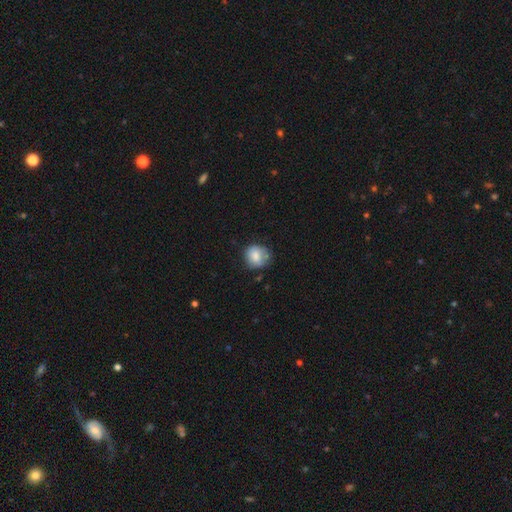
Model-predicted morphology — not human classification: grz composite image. It shows a smooth galaxy with no disk features (79%) that is round (75%). Merging: none (63%).